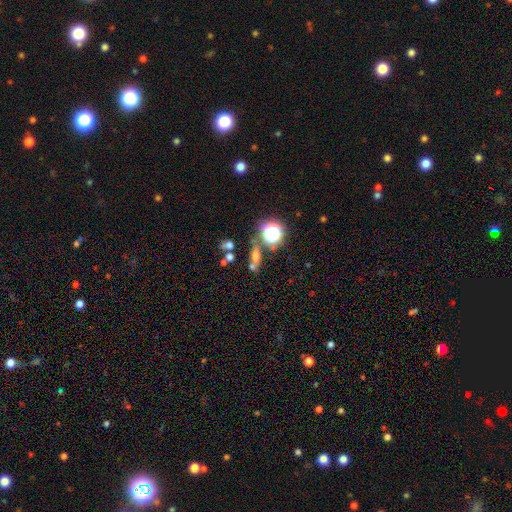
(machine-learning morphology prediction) smooth-or-featured: smooth: 46% | star or artifact: 32% | featured or disk: 22%
  merging: none: 57% | merger: 23% | minor disturbance: 13% | major disturbance: 7%